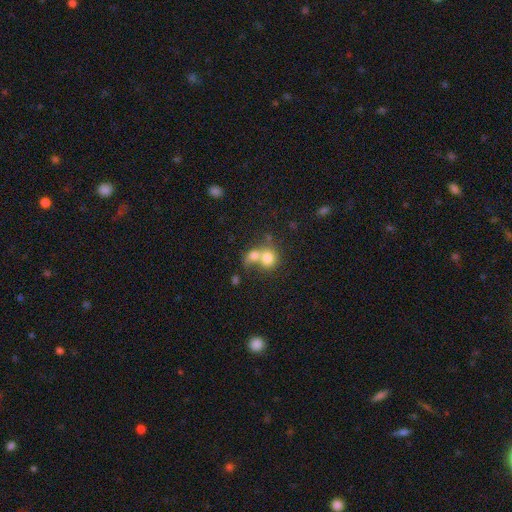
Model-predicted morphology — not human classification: Q: Smooth or featured?
A: smooth (72%); runner-up: featured or disk (16%)
Q: How rounded?
A: round (72%); runner-up: in between (27%)
Q: Merging?
A: merger (62%); runner-up: none (26%)